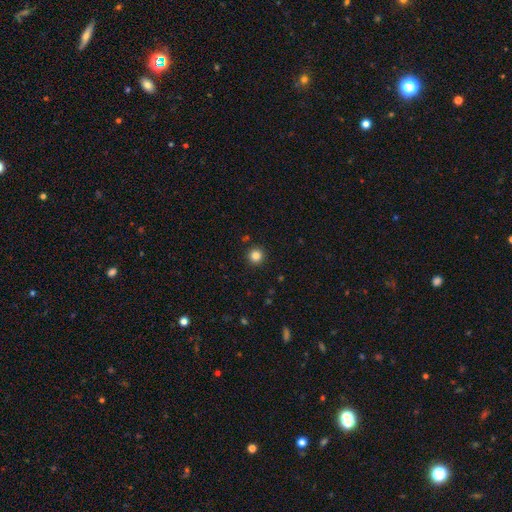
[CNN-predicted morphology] smooth 84%, star or artifact 12%, featured or disk 4%. Down the decision tree: how rounded — round (96%); merging — none (92%).